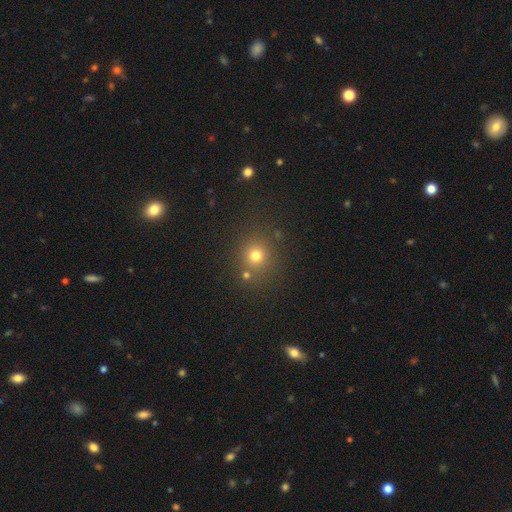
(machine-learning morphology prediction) A smooth galaxy with no disk features (73%) that is round (88%).

Vote fractions:
- Smooth or featured? smooth: 73% / star or artifact: 20% / featured or disk: 8%
- How rounded? round: 88% / in between: 11% / cigar-shaped: 1%
- Merging? none: 77% / minor disturbance: 10% / merger: 9% / major disturbance: 4%